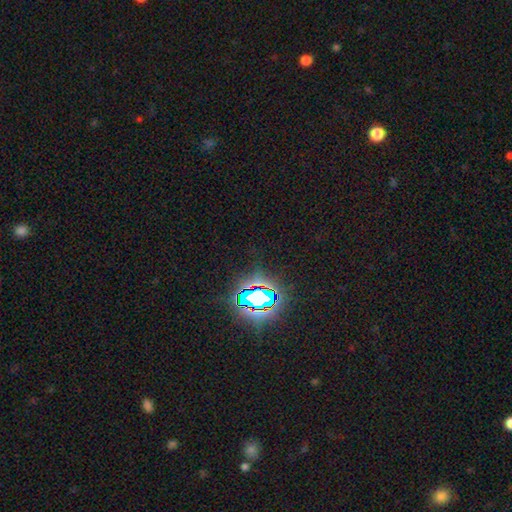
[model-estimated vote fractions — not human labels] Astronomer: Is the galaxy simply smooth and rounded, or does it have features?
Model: star or artifact — 80%.